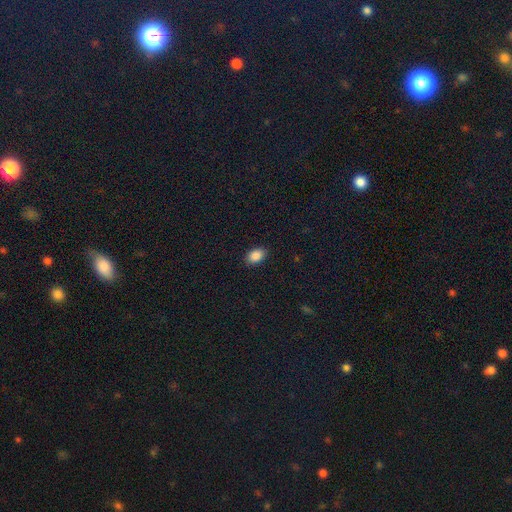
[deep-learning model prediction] The model was most divided on "how rounded": in between: 85%, round: 14%, cigar-shaped: 1%. More confident: merging — none (88%); smooth or featured — smooth (87%).